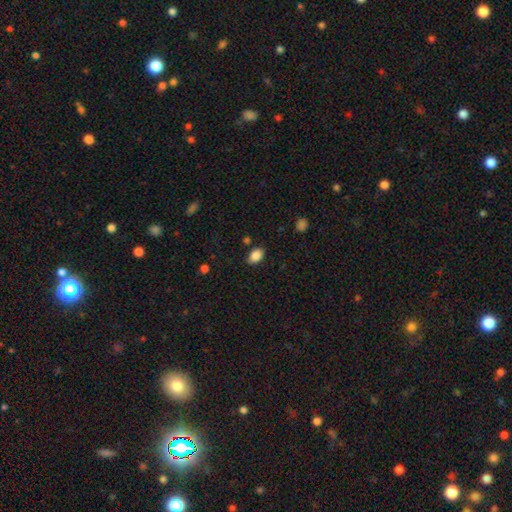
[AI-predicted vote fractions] smooth-or-featured: smooth: 87% | star or artifact: 8% | featured or disk: 5%
  how-rounded: in between: 85% | round: 14% | cigar-shaped: 1%
  merging: none: 83% | minor disturbance: 12% | major disturbance: 3% | merger: 3%